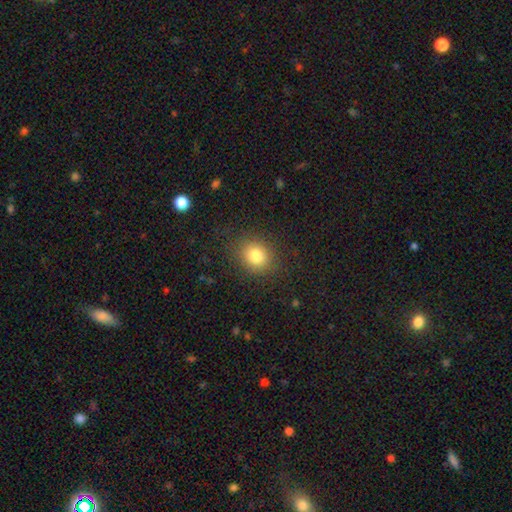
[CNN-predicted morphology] A smooth galaxy with no disk features (81%) that is round (60%). Merging: none (83%).